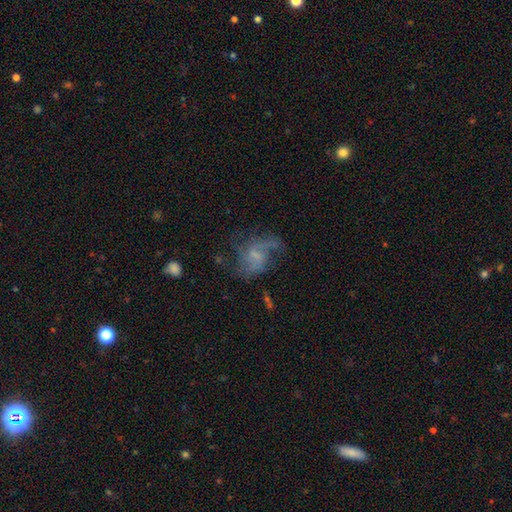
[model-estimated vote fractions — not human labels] Overall: featured or disk (69%). Edge-on disk: no (97%). Bar: no (52%; weak 41%). Spiral arms: yes (84%). Spiral arm count: 2 (53%; 1 17%). Spiral winding: loose (61%; medium 31%). Bulge size: none (44%; small 36%). Merging: none (46%; major disturbance 31%).